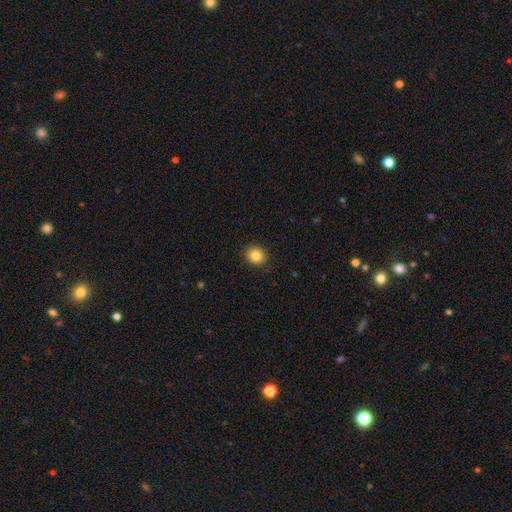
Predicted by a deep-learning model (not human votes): This appears to be a smooth galaxy with no disk features (85%) that is round (74%). Merging: none (90%).